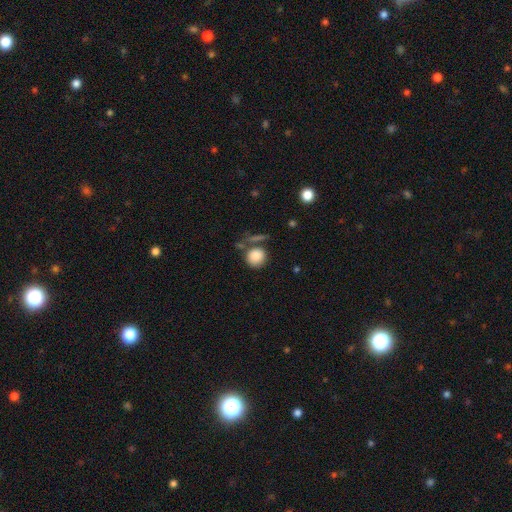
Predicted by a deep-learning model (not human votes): Smooth or featured: smooth — 85% (star or artifact — 8%)
How rounded: round — 86% (in between — 13%)
Merging: none — 67% (merger — 14%)